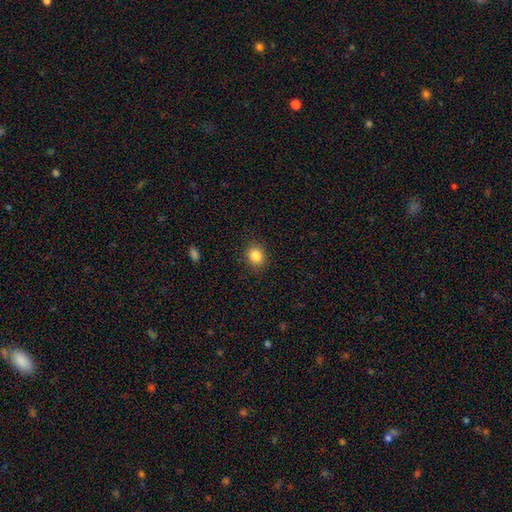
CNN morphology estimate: This appears to be a smooth galaxy with no disk features (85%) that is round (60%). Merging: none (87%).